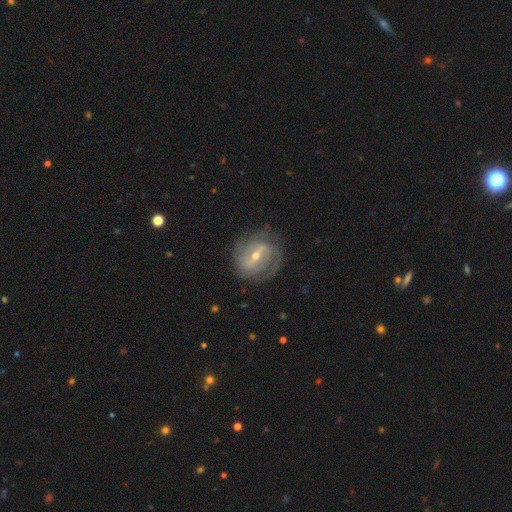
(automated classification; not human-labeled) featured or disk 83%, smooth 11%, star or artifact 6%. Down the decision tree: edge-on disk — no (96%); bar — strong (43%); spiral arms — yes (89%); spiral arm count — 2 (54%); spiral winding — tight (50%); bulge size — small (50%); merging — none (75%).